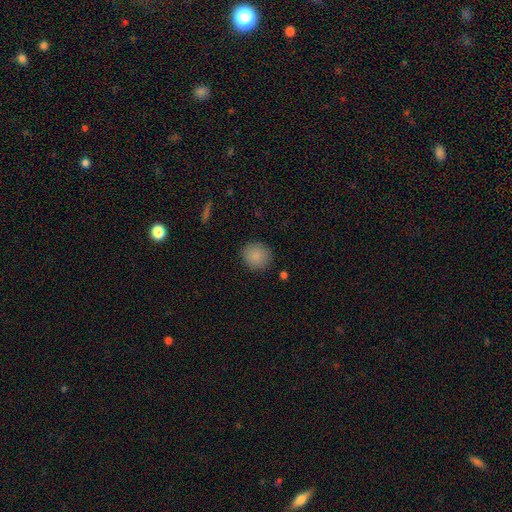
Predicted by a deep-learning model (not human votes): Morphology: type=smooth (87%); roundness=round (89%); merging=none (89%).